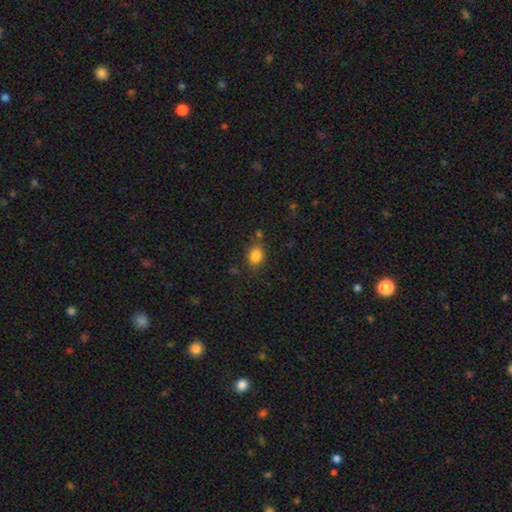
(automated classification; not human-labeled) The model was most divided on "how rounded": in between: 62%, round: 37%, cigar-shaped: 1%. More confident: smooth or featured — smooth (84%); merging — none (75%).